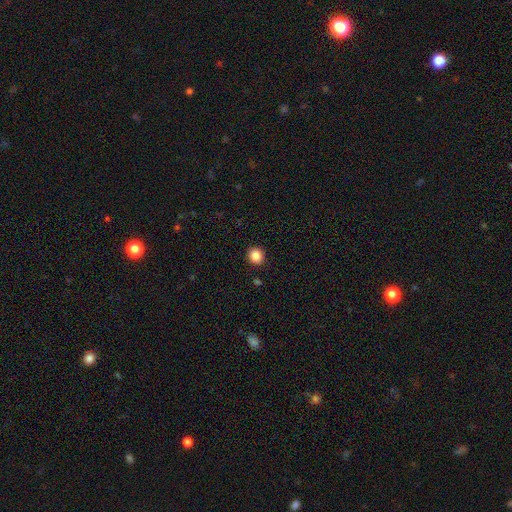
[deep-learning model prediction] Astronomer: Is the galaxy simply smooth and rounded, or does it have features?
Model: smooth — 86%.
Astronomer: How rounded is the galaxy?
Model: round — 88%.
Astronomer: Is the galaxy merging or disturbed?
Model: none — 92%.